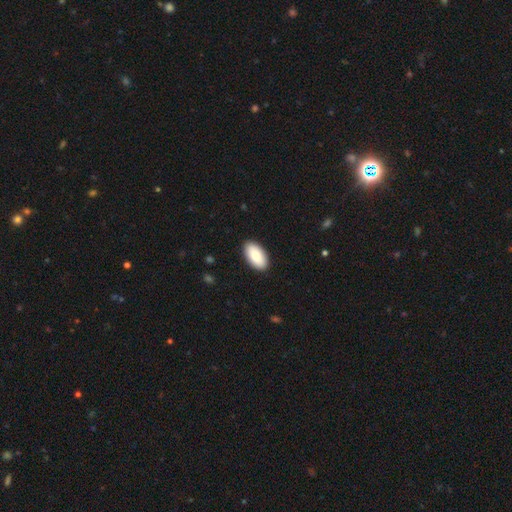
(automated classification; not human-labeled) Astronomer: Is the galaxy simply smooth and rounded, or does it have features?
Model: smooth — 84%.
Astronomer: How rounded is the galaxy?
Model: in between — 96%.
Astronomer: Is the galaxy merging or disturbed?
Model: none — 90%.